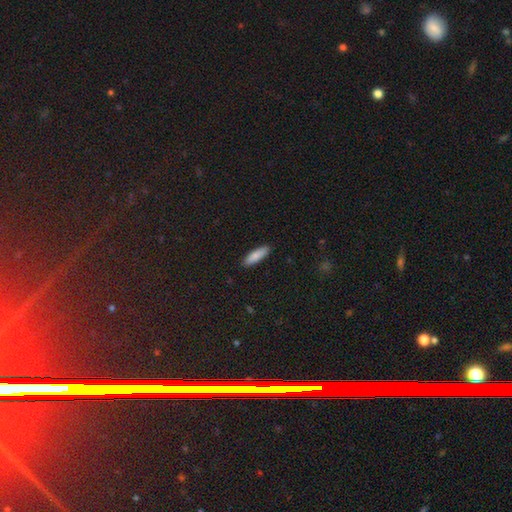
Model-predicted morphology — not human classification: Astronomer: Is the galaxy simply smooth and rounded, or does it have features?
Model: smooth — 84%.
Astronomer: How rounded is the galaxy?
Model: cigar-shaped — 56% (runner-up: in between, 43%).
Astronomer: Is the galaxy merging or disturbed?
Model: none — 89%.